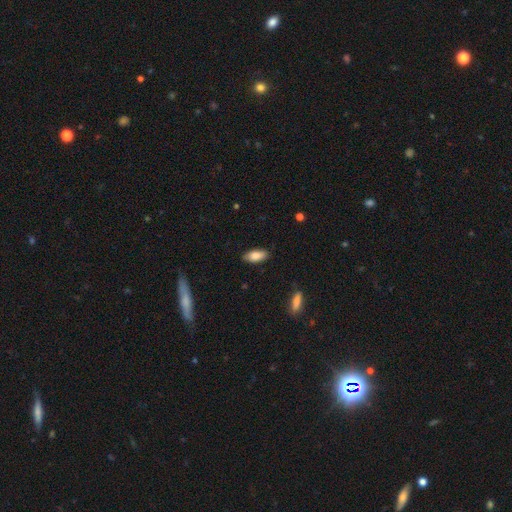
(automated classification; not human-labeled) The model was most divided on "how rounded": in between: 85%, cigar-shaped: 13%, round: 2%. More confident: merging — none (85%); smooth or featured — smooth (83%).